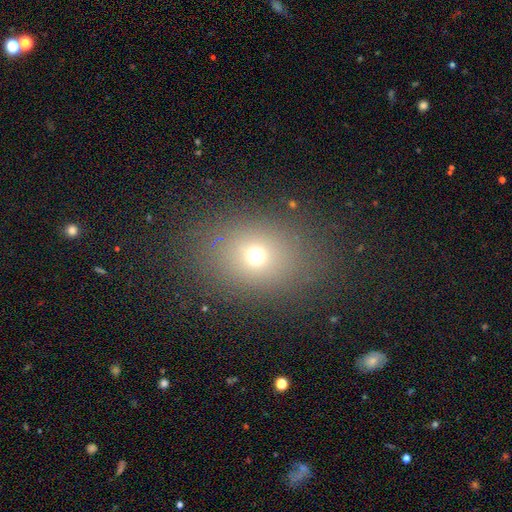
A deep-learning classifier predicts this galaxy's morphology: Smooth or featured: smooth — 67% (star or artifact — 21%)
How rounded: round — 52% (in between — 46%)
Merging: none — 80% (minor disturbance — 11%)